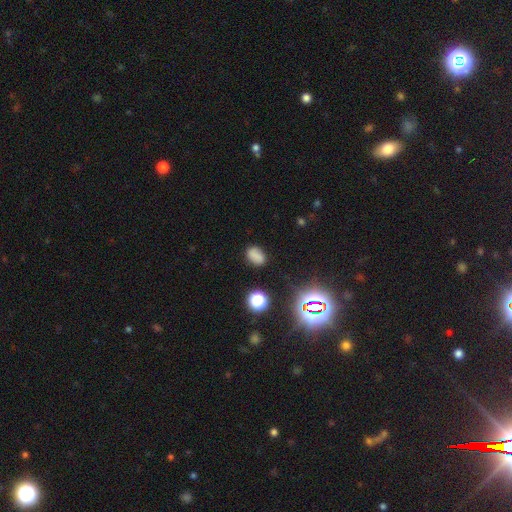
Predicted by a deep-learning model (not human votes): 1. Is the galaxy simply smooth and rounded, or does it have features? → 72% smooth, 19% star or artifact, 8% featured or disk.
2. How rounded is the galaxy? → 79% in between, 19% round, 2% cigar-shaped.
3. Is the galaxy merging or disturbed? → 78% none, 15% minor disturbance, 4% major disturbance, 3% merger.